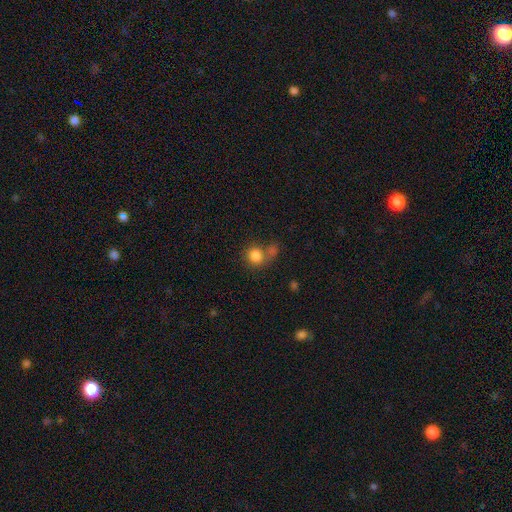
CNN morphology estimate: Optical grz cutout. It shows a smooth galaxy with no disk features (82%) that is round (84%). Merging: none (50%).